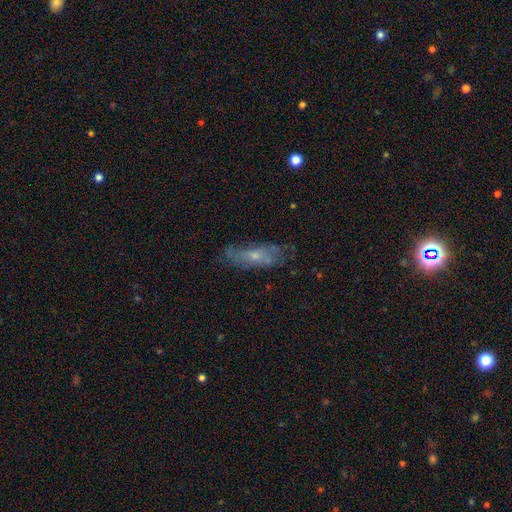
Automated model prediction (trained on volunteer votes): smooth_or_featured: featured or disk (p=0.48) [alt: smooth p=0.43]
merging: none (p=0.59) [alt: minor disturbance p=0.27]